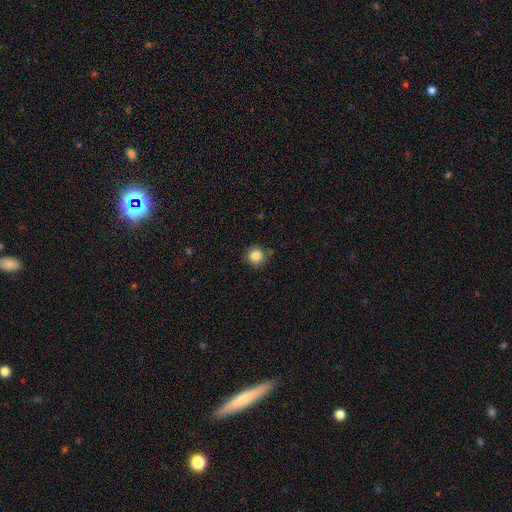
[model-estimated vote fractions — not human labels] Smooth or featured?
  - smooth: 85% *
  - star or artifact: 11%
  - featured or disk: 5%
How rounded?
  - round: 94% *
  - in between: 5%
  - cigar-shaped: 1%
Merging?
  - none: 87% *
  - minor disturbance: 9%
  - major disturbance: 2%
  - merger: 2%